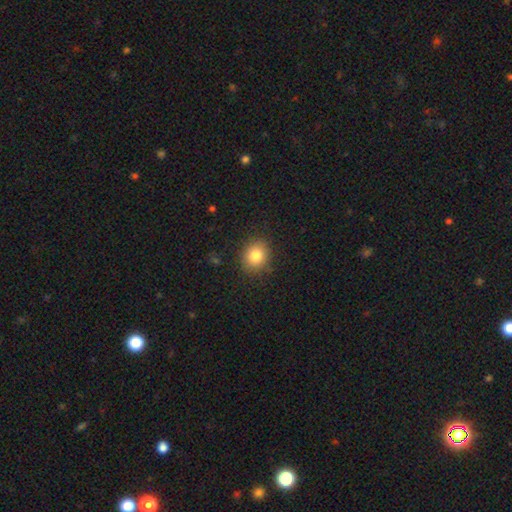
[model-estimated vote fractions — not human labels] Morphology: type=smooth (82%); roundness=round (66%); merging=none (87%).